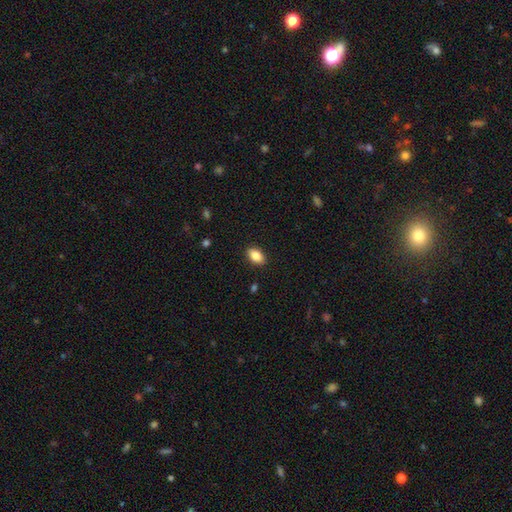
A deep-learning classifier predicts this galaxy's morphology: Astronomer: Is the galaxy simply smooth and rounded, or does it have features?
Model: smooth — 86%.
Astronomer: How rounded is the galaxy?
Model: in between — 90%.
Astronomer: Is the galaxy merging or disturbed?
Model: none — 89%.